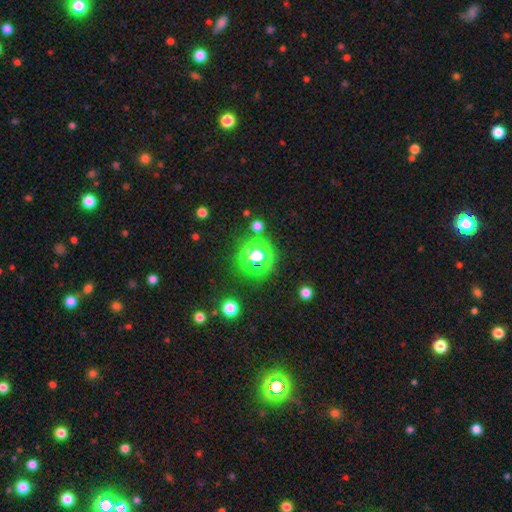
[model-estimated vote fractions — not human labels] Q: Smooth or featured?
A: star or artifact (54%); runner-up: smooth (36%)